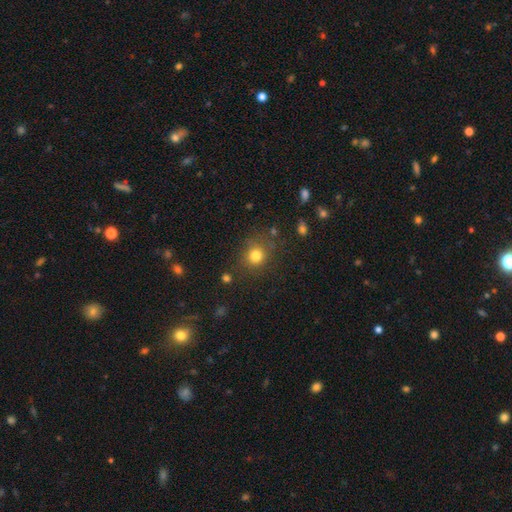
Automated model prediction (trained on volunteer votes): Smooth or featured: smooth — 80% (star or artifact — 14%)
How rounded: round — 85% (in between — 14%)
Merging: none — 80% (minor disturbance — 12%)